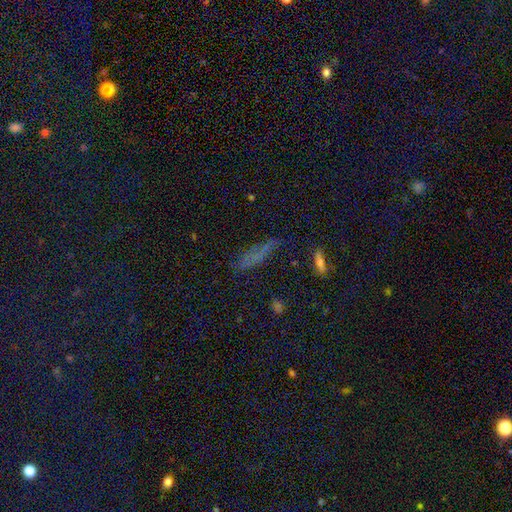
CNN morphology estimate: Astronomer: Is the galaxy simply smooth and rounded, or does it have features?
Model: smooth — 51%.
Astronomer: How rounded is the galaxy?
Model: cigar-shaped — 65%.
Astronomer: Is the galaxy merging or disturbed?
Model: none — 59%.